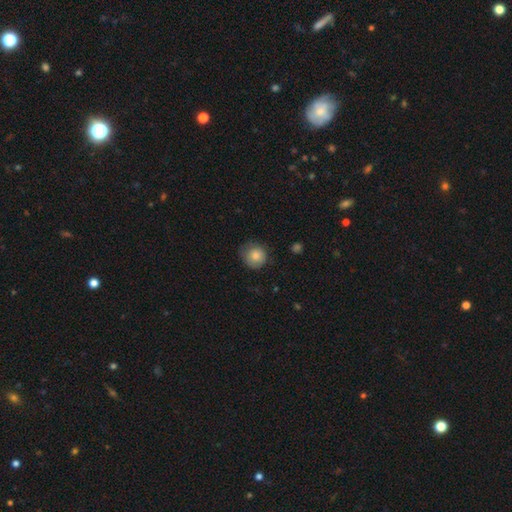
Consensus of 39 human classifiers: smooth 92%, star or artifact 5%, featured or disk 3%. Down the decision tree: how rounded — round (81%); merging — none (62%).